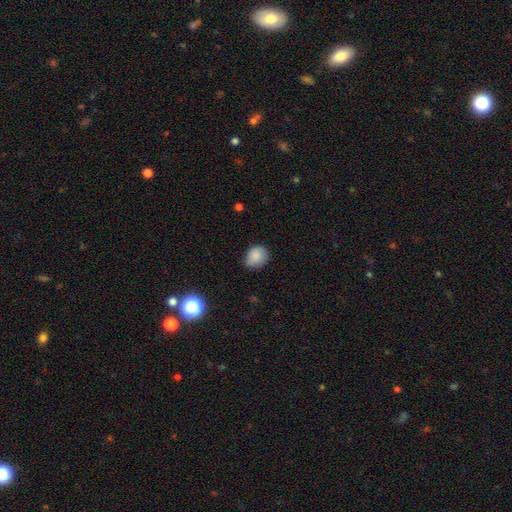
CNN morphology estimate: This is clearly a smooth galaxy (85%). How rounded: likely round (61%). Merging: likely none (67%).